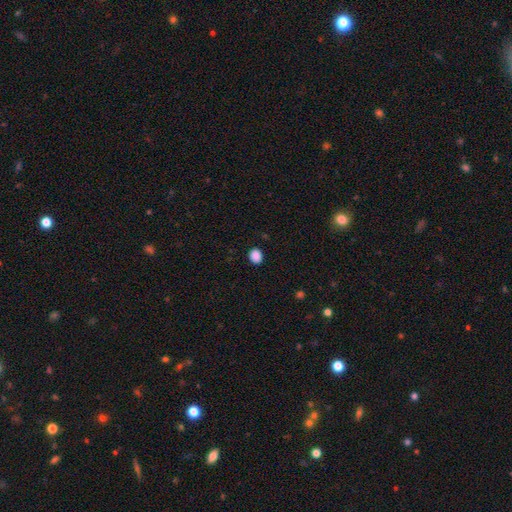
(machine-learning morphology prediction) Smooth or featured: smooth — 88% (star or artifact — 9%)
How rounded: round — 65% (in between — 35%)
Merging: none — 91% (minor disturbance — 6%)